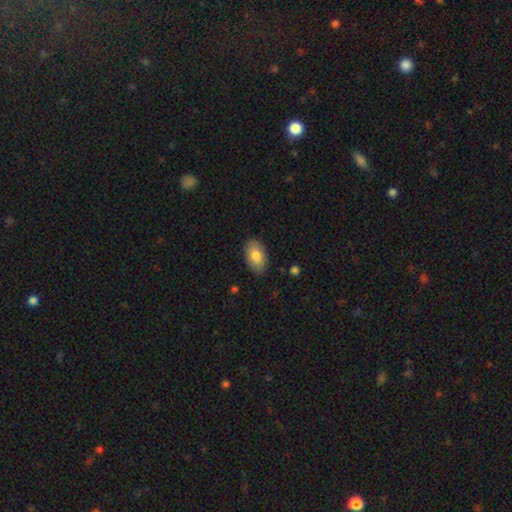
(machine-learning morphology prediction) This appears to be a smooth galaxy with no disk features (81%) that is in between round and cigar-shaped (93%). Merging: none (85%).